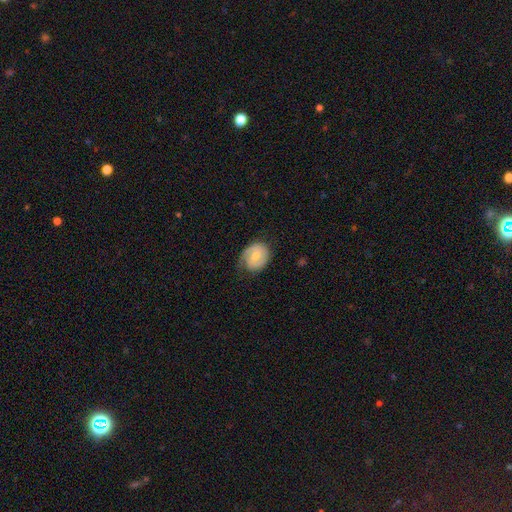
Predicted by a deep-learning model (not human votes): smooth_or_featured: featured or disk (p=0.50) [alt: smooth p=0.44]
merging: none (p=0.68) [alt: minor disturbance p=0.24]